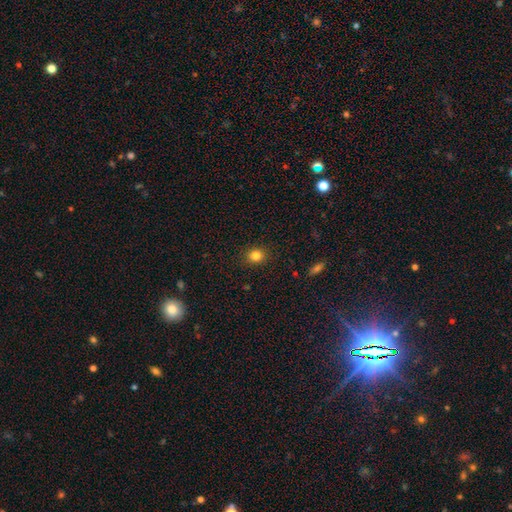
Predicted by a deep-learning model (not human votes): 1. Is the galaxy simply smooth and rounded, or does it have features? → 84% smooth, 11% star or artifact, 5% featured or disk.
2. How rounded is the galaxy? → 68% round, 31% in between, 1% cigar-shaped.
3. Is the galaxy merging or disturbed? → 89% none, 8% minor disturbance, 2% major disturbance, 1% merger.